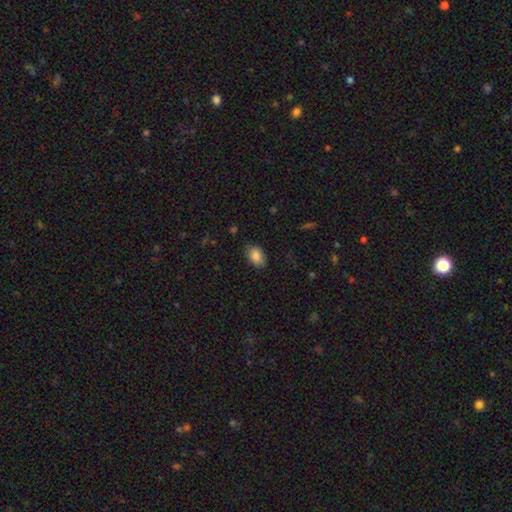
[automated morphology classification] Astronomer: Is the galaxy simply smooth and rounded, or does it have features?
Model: smooth — 85%.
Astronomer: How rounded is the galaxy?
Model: in between — 86%.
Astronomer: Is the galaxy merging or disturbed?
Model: none — 83%.